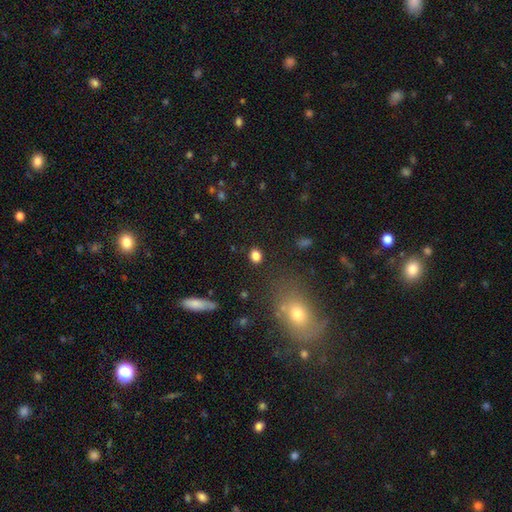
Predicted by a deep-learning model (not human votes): Morphology: type=smooth (83%); roundness=in between (51%); merging=none (87%).